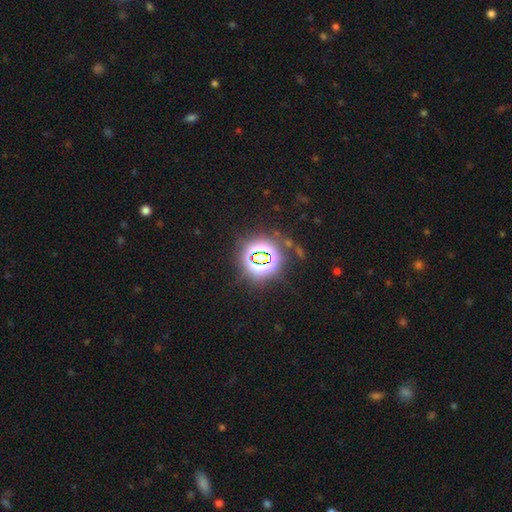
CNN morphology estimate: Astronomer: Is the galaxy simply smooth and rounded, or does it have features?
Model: star or artifact — 80%.